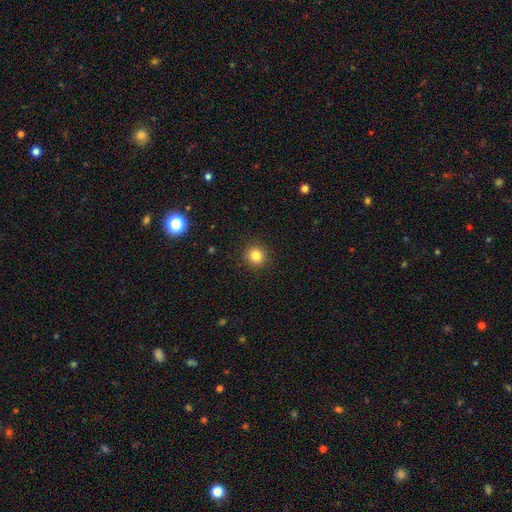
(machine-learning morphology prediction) A smooth galaxy with no disk features (83%) that is round (93%).

Vote fractions:
- Smooth or featured? smooth: 83% / star or artifact: 12% / featured or disk: 5%
- How rounded? round: 93% / in between: 6% / cigar-shaped: 1%
- Merging? none: 91% / minor disturbance: 6% / major disturbance: 2% / merger: 1%